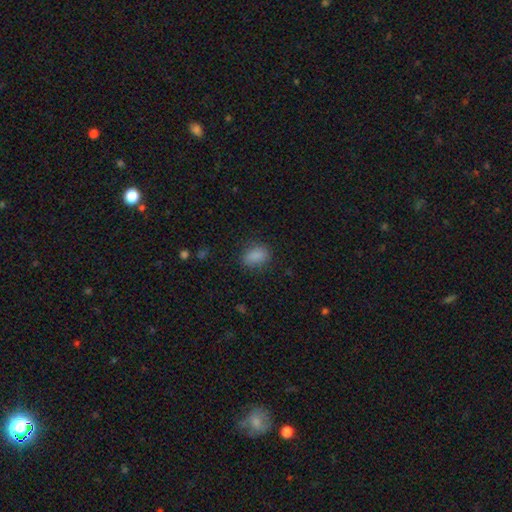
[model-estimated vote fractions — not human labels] Q: Smooth or featured?
A: smooth (86%); runner-up: star or artifact (9%)
Q: How rounded?
A: in between (79%); runner-up: round (19%)
Q: Merging?
A: none (80%); runner-up: minor disturbance (14%)